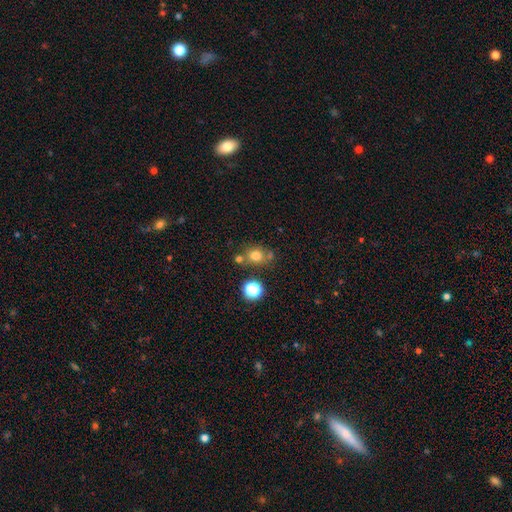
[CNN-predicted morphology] A smooth galaxy with no disk features (73%) that is round (71%). Merging: none (63%).